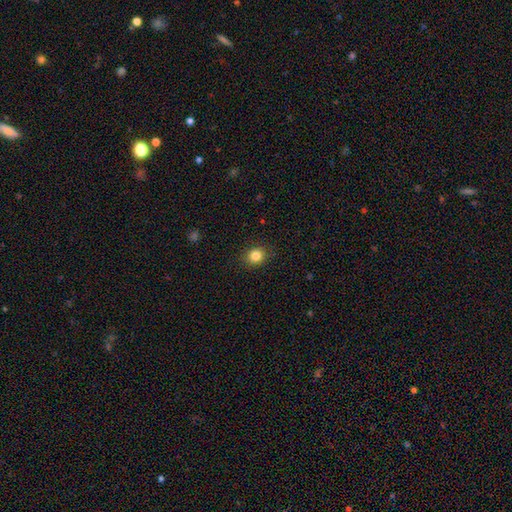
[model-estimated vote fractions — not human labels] A smooth galaxy with no disk features (84%) that is round (74%).

Vote fractions:
- Smooth or featured? smooth: 84% / star or artifact: 11% / featured or disk: 5%
- How rounded? round: 74% / in between: 25% / cigar-shaped: 1%
- Merging? none: 89% / minor disturbance: 8% / major disturbance: 2% / merger: 1%